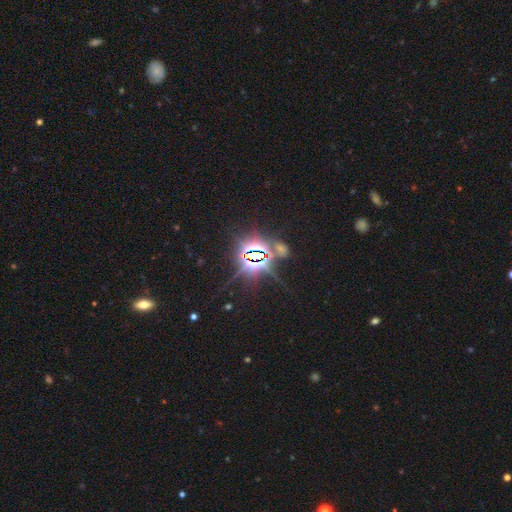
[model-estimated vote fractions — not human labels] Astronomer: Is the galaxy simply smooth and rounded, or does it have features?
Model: star or artifact — 85%.